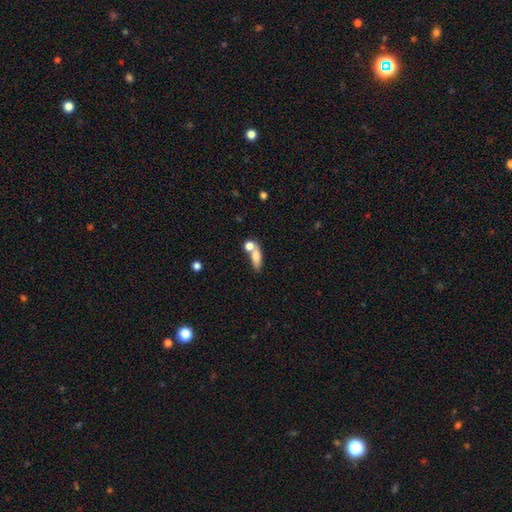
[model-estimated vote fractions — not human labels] Smooth or featured? smooth (74%)
How rounded? in between (62%)
Merging? merger (43%)